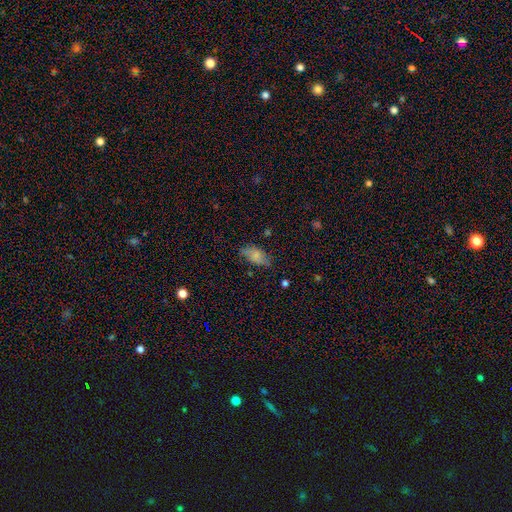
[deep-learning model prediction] Morphology: type=smooth (75%); roundness=in between (89%); merging=none (68%).